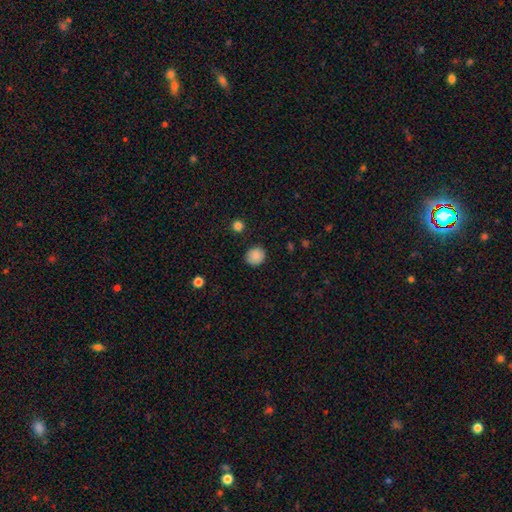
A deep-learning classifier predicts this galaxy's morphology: Overall: smooth (86%). How rounded: round (83%). Merging: none (85%).